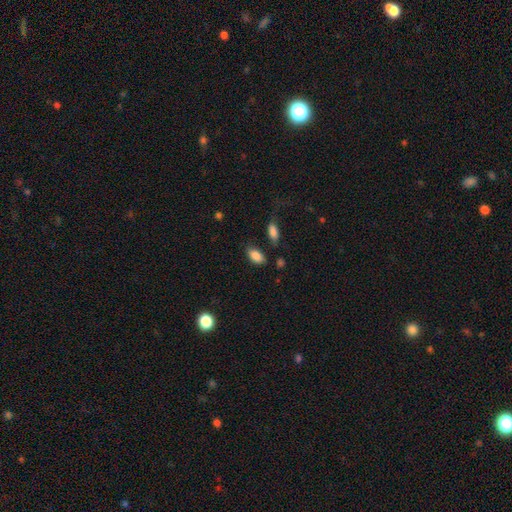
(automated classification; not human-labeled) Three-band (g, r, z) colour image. It shows a smooth galaxy with no disk features (86%) that is in between round and cigar-shaped (92%). Merging: none (73%).